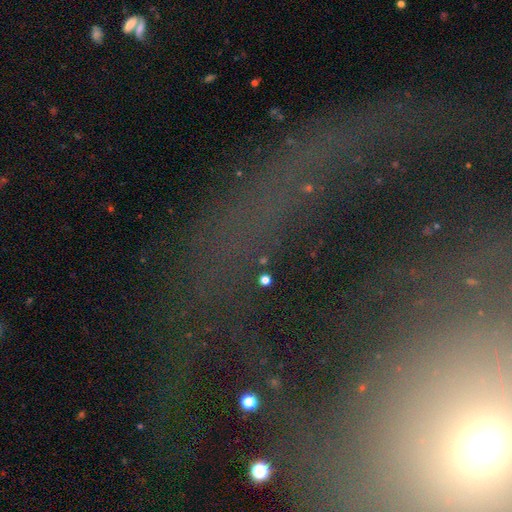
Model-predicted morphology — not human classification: Overall: star or artifact (43%; featured or disk 39%).